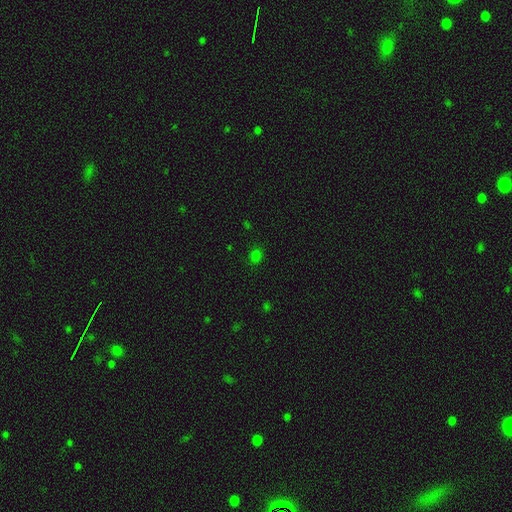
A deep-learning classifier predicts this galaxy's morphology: type=smooth (74%); roundness=round (61%); merging=none (86%).